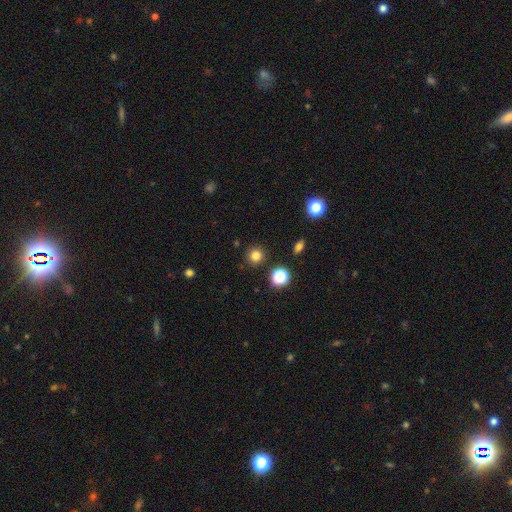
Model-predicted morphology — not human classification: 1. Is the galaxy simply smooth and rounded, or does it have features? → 80% smooth, 15% star or artifact, 5% featured or disk.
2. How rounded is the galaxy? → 93% round, 6% in between, 1% cigar-shaped.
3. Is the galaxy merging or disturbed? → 89% none, 6% minor disturbance, 3% merger, 2% major disturbance.